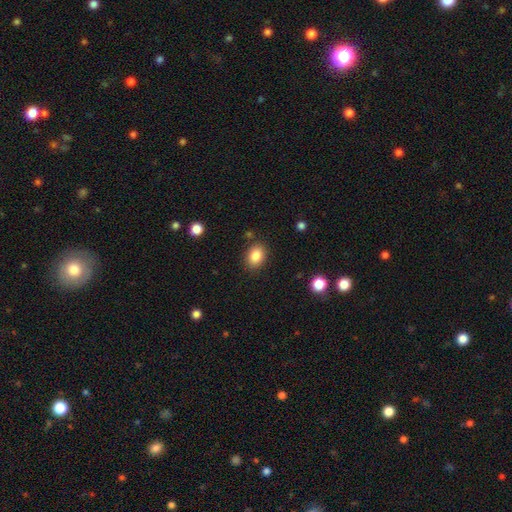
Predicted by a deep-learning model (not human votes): This is clearly a smooth galaxy (85%). How rounded: likely in between (68%). Merging: clearly none (85%).